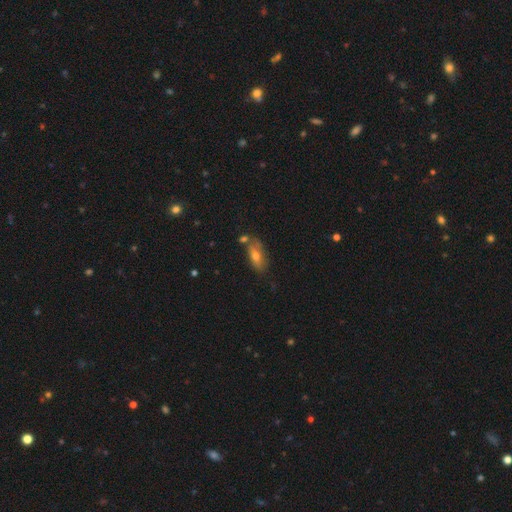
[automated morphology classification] The model was most divided on "smooth or featured": smooth: 61%, featured or disk: 29%, star or artifact: 9%. More confident: how rounded — in between (77%); merging — none (62%).